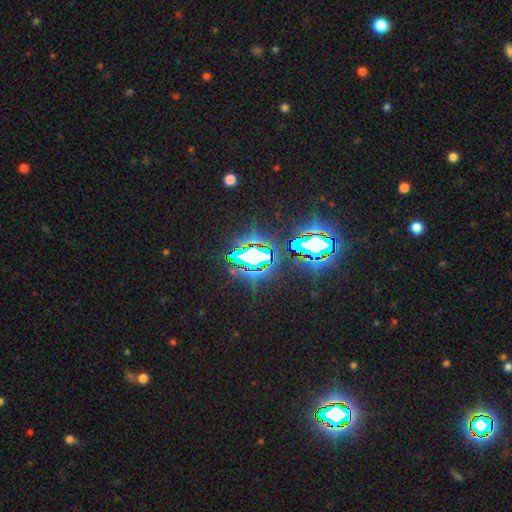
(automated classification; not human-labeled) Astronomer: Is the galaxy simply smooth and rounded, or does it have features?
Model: star or artifact — 72%.